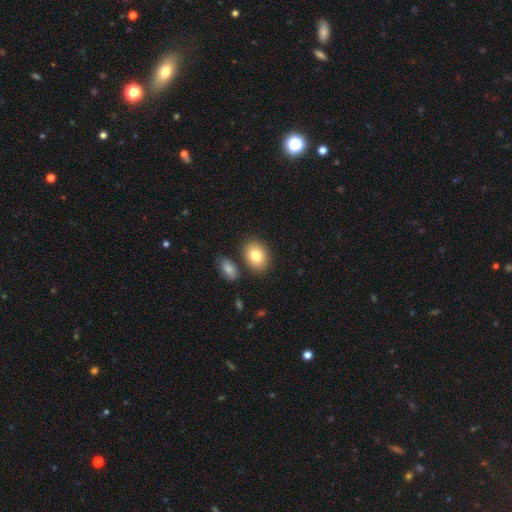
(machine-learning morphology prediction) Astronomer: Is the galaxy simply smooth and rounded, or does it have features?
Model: smooth — 80%.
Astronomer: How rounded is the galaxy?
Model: in between — 68%.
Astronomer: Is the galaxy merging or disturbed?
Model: none — 80%.